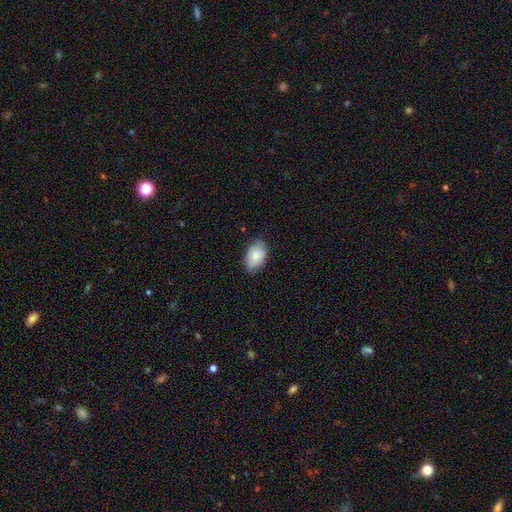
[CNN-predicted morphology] Overall: smooth (74%). How rounded: in between (90%). Merging: none (75%).